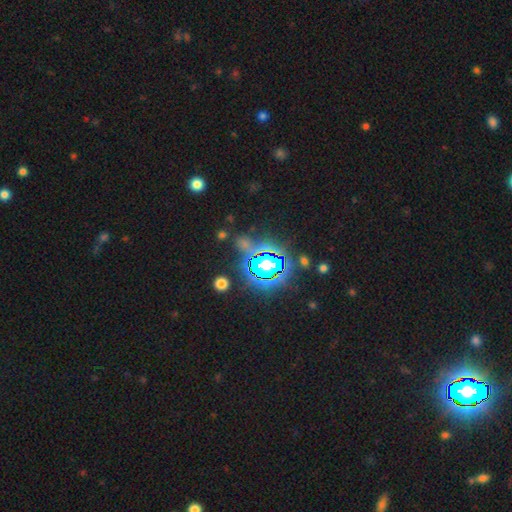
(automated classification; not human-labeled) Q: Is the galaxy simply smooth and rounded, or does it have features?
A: star or artifact — 83%.